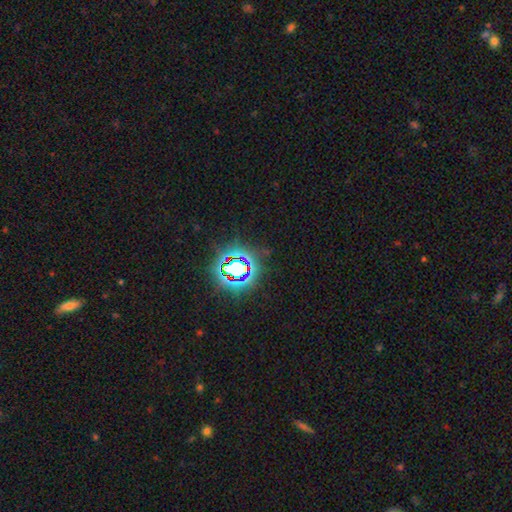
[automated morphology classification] Smooth or featured?
  - star or artifact: 80% *
  - smooth: 13%
  - featured or disk: 7%